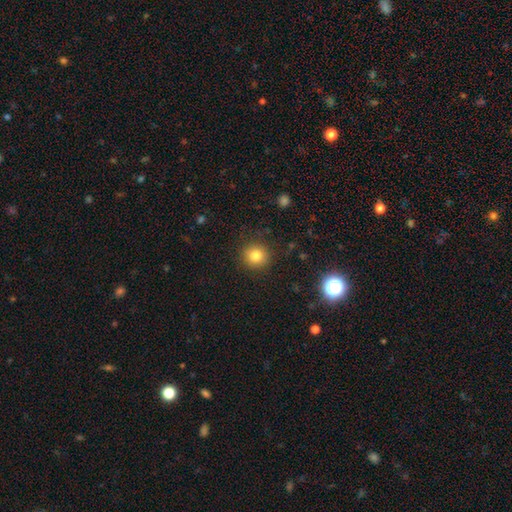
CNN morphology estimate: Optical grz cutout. It shows a smooth galaxy with no disk features (81%) that is round (93%). Merging: none (90%).